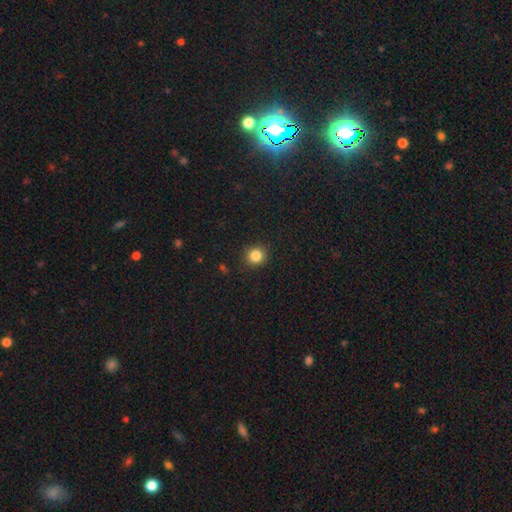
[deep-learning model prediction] This is clearly a smooth galaxy (84%). How rounded: clearly round (90%). Merging: clearly none (90%).